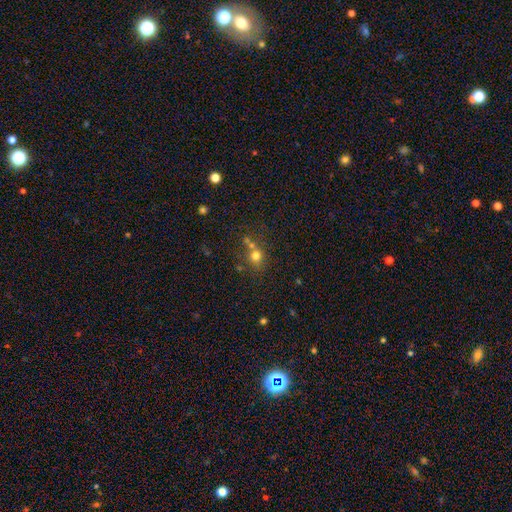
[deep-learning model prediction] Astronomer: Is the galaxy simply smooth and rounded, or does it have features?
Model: smooth — 70%.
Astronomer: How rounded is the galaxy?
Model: round — 82%.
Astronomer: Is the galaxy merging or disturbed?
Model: none — 58%.